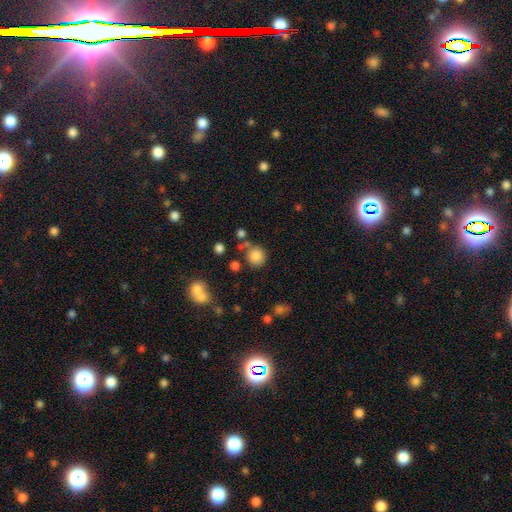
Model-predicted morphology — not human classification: type=smooth (83%); roundness=round (89%); merging=none (71%).